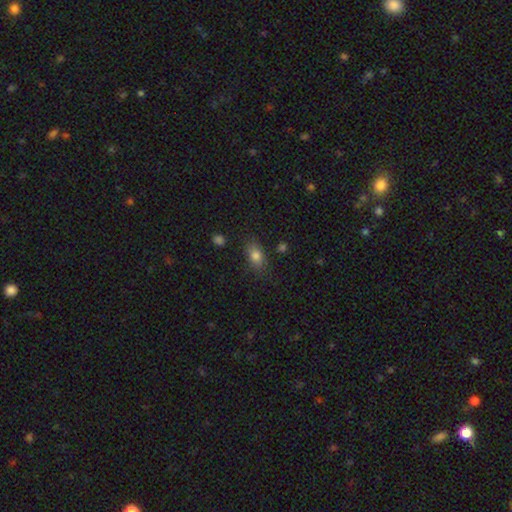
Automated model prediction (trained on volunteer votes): Smooth or featured: smooth — 81% (star or artifact — 10%)
How rounded: in between — 82% (round — 14%)
Merging: none — 79% (minor disturbance — 15%)